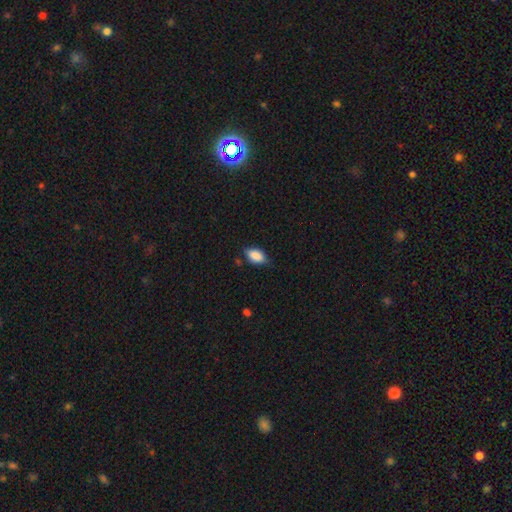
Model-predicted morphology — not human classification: Overall: smooth (86%). How rounded: in between (90%). Merging: none (72%).